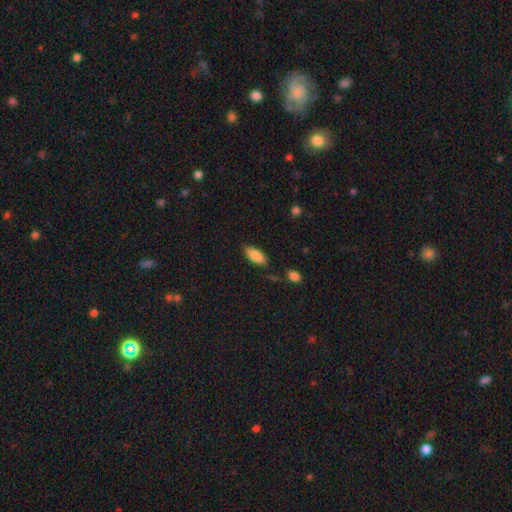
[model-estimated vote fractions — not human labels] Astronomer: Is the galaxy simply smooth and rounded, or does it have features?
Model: smooth — 84%.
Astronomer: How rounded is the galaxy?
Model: in between — 76%.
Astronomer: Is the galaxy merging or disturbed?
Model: none — 79%.